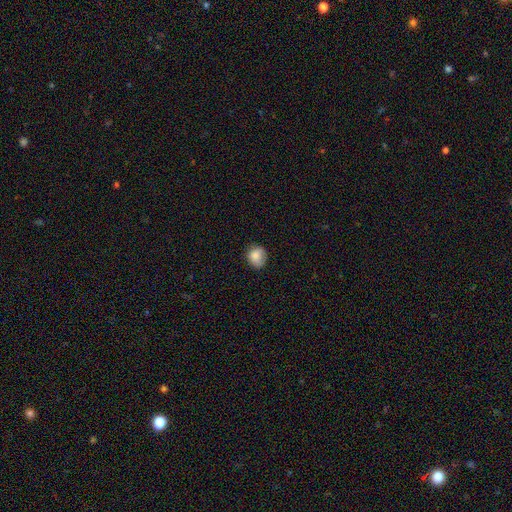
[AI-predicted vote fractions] A smooth galaxy with no disk features (84%) that is round (72%). Merging: none (69%).